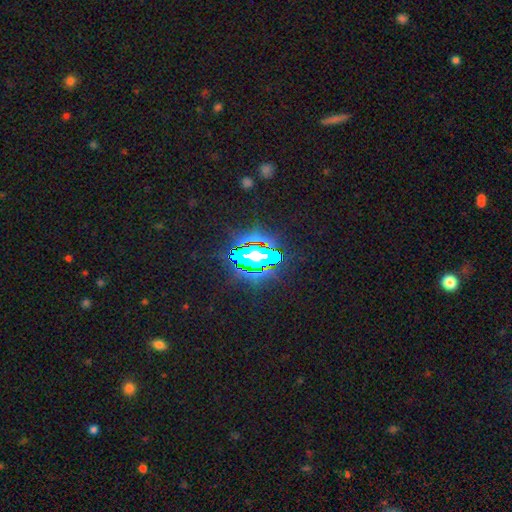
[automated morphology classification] type=star or artifact (67%).